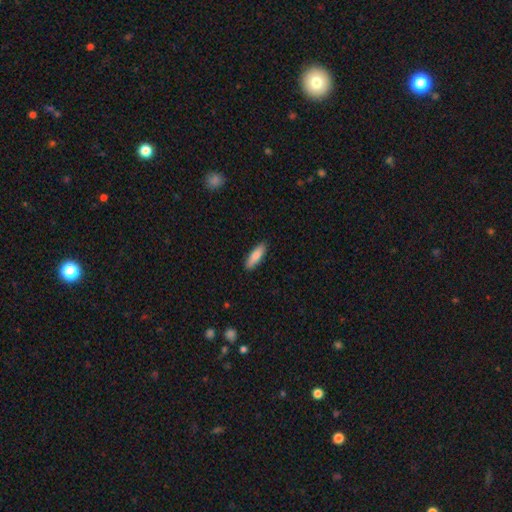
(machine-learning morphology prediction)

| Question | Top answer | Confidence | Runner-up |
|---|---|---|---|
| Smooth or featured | smooth | 84% | featured or disk (10%) |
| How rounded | cigar-shaped | 52% | in between (46%) |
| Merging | none | 89% | minor disturbance (8%) |